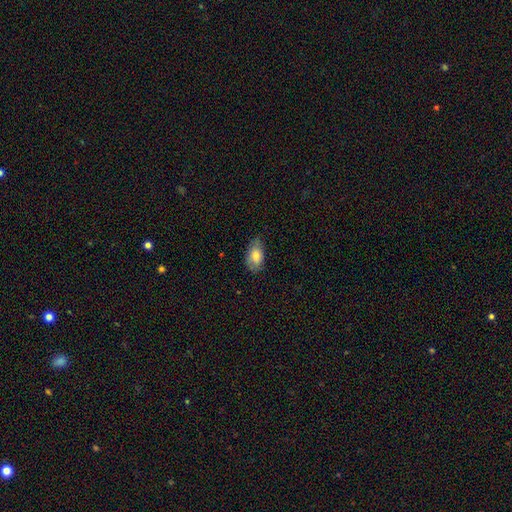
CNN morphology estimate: Overall: smooth (78%). How rounded: in between (91%). Merging: none (67%).